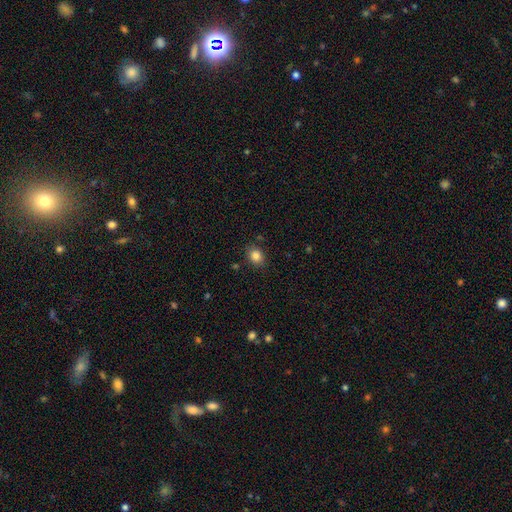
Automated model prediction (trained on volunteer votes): Morphology: type=smooth (84%); roundness=round (54%); merging=none (84%).